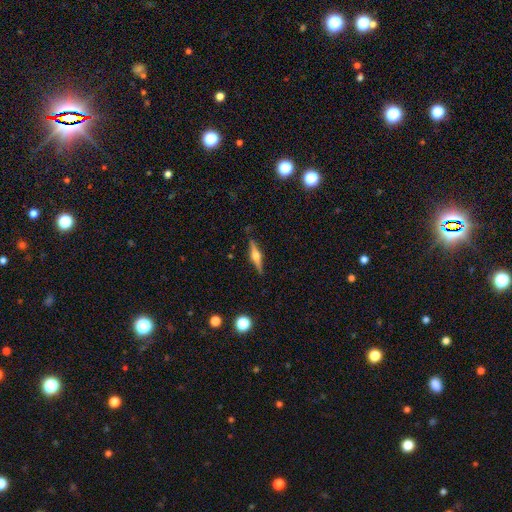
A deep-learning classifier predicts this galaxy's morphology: This is likely a featured or disk galaxy (75%). It is clearly viewed edge-on (98%). Edge-on bulge: clearly rounded (93%). Merging: clearly none (89%).